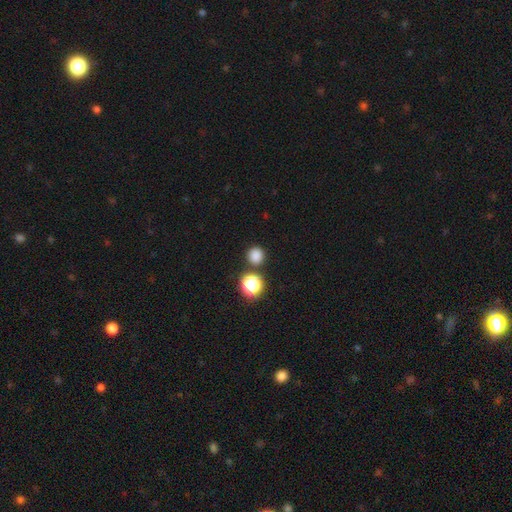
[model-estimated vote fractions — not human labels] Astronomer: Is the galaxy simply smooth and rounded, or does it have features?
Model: smooth — 81%.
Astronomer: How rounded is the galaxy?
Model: round — 91%.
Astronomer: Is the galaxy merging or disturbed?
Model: none — 84%.